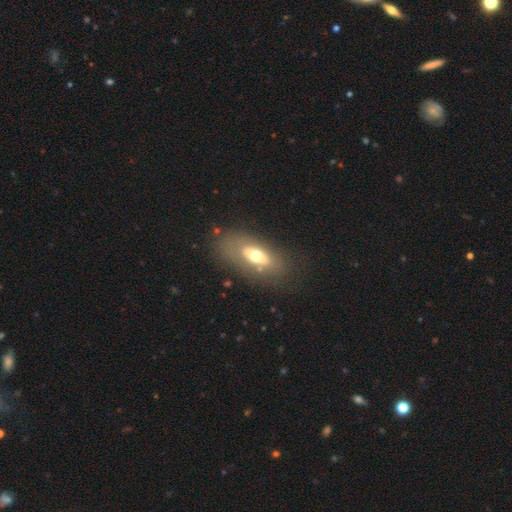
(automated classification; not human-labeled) Overall: smooth (52%; featured or disk 40%). How rounded: in between (83%). Merging: none (72%).